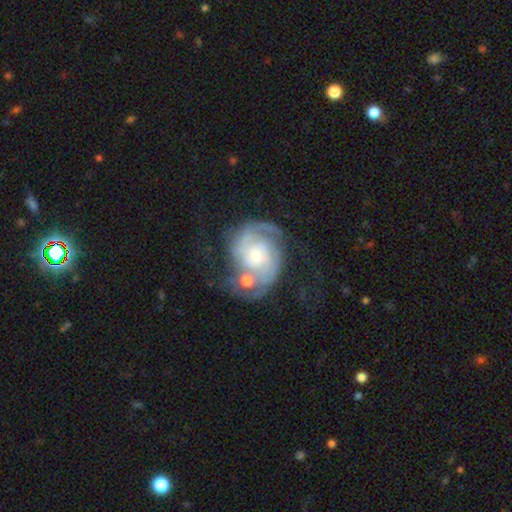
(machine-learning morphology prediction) A featured or disk galaxy (86%) with no bar (68%), 2 (68%) tight (51%) spiral arms (96%) and a small central bulge (51%).

Vote fractions:
- Smooth or featured? featured or disk: 86% / smooth: 8% / star or artifact: 5%
- Edge-on disk? no: 98% / yes: 2%
- Bar? no: 68% / weak: 27% / strong: 5%
- Spiral arms? yes: 96% / no: 4%
- Spiral winding? tight: 51% / medium: 37% / loose: 12%
- Spiral arm count? 2: 68% / can't tell: 13% / 3: 9% / 1: 4% / 4: 3% / more than 4: 3%
- Bulge size? small: 51% / moderate: 39% / large: 6% / none: 3% / dominant: 1%
- Merging? none: 47% / minor disturbance: 18% / merger: 18% / major disturbance: 16%